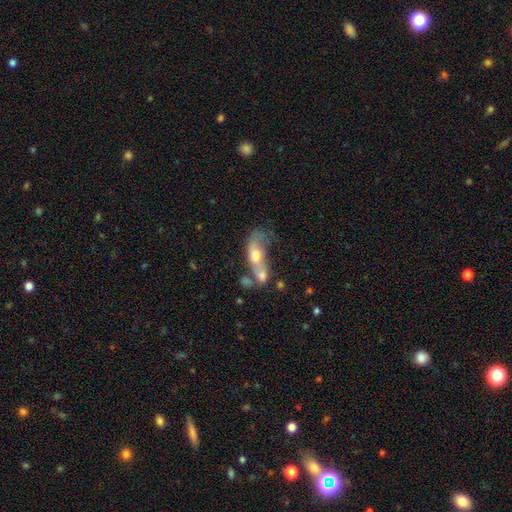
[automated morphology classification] Q: Smooth or featured?
A: smooth (46%); runner-up: featured or disk (45%)
Q: Merging?
A: merger (51%); runner-up: major disturbance (20%)